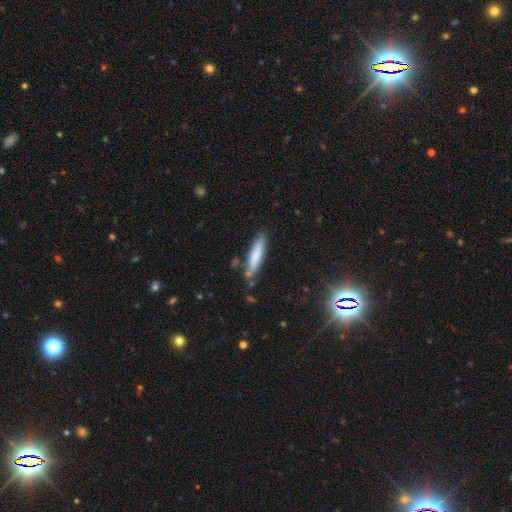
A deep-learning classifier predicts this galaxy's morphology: smooth_or_featured: smooth (p=0.75) [alt: featured or disk p=0.19]
how_rounded: cigar-shaped (p=0.86) [alt: in between p=0.13]
merging: none (p=0.77) [alt: minor disturbance p=0.15]